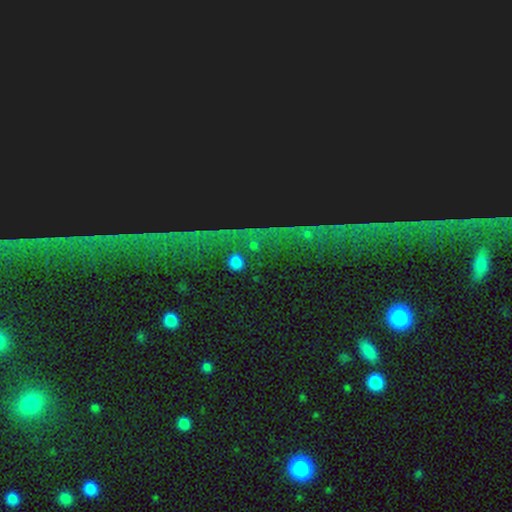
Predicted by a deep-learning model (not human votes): Overall: star or artifact (84%).